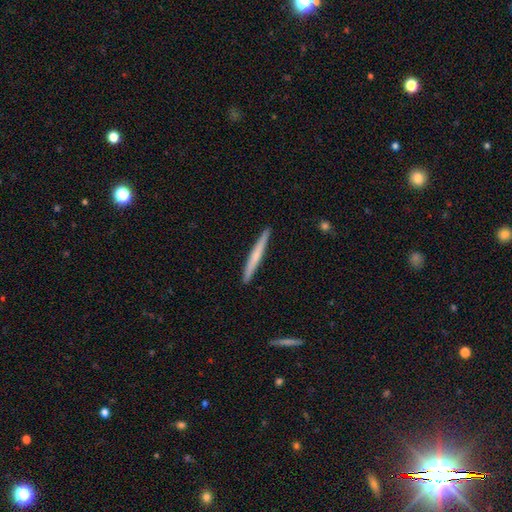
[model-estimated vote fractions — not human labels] A smooth galaxy with no disk features (50%) that is cigar-shaped (97%).

Vote fractions:
- Smooth or featured? smooth: 50% / featured or disk: 44% / star or artifact: 5%
- How rounded? cigar-shaped: 97% / in between: 2% / round: 1%
- Merging? none: 92% / minor disturbance: 5% / major disturbance: 1% / merger: 1%